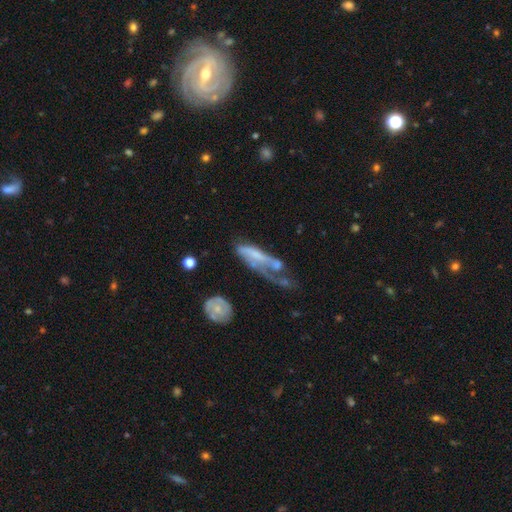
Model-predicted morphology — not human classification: This is possibly a featured or disk galaxy (57%). It is likely not viewed edge-on (77%). Merging: possibly major disturbance (45%).